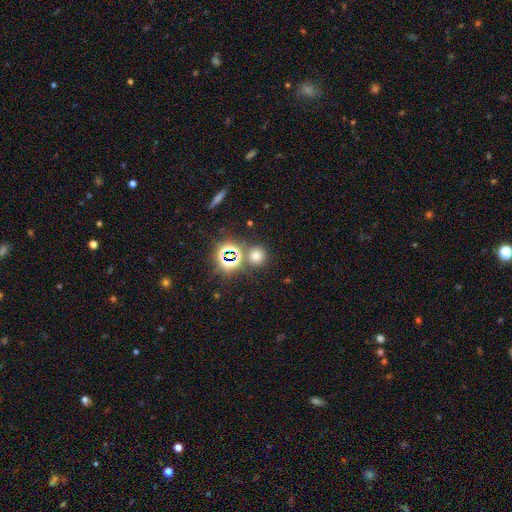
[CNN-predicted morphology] smooth_or_featured: smooth (p=0.65) [alt: star or artifact p=0.29]
how_rounded: round (p=0.91) [alt: in between p=0.08]
merging: none (p=0.78) [alt: merger p=0.11]